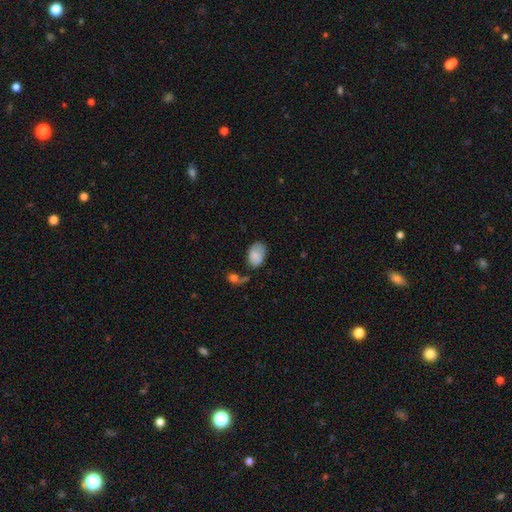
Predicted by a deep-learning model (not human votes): smooth-or-featured: smooth: 80% | featured or disk: 12% | star or artifact: 7%
  how-rounded: in between: 89% | round: 10% | cigar-shaped: 1%
  merging: none: 52% | minor disturbance: 29% | major disturbance: 10% | merger: 9%